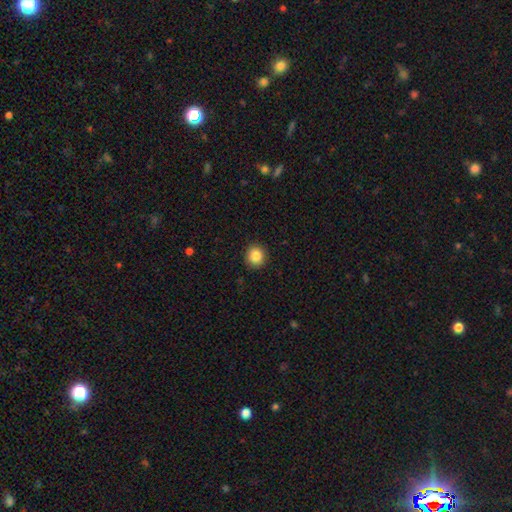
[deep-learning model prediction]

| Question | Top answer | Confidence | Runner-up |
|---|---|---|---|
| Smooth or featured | smooth | 87% | star or artifact (9%) |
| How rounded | round | 86% | in between (13%) |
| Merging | none | 91% | minor disturbance (6%) |